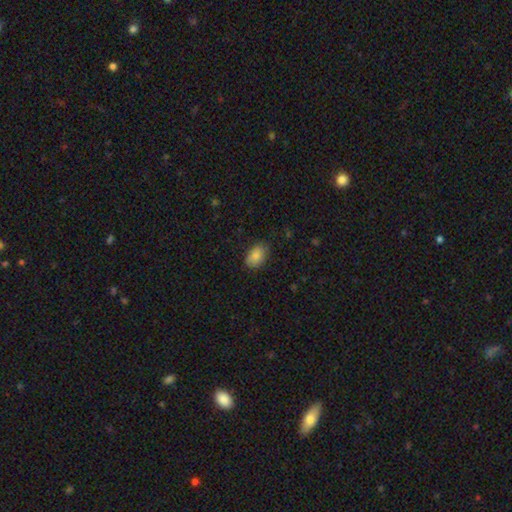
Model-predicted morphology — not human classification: Smooth or featured?
  - smooth: 85% *
  - star or artifact: 7%
  - featured or disk: 7%
How rounded?
  - in between: 88% *
  - round: 11%
  - cigar-shaped: 1%
Merging?
  - none: 80% *
  - minor disturbance: 16%
  - major disturbance: 3%
  - merger: 1%